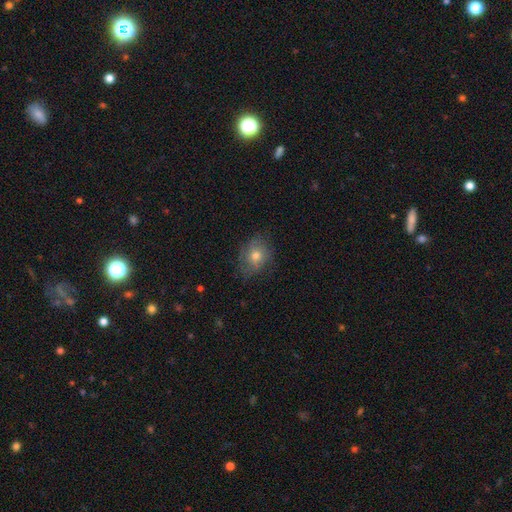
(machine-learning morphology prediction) smooth_or_featured: smooth (p=0.63) [alt: featured or disk p=0.26]
how_rounded: in between (p=0.53) [alt: round p=0.45]
merging: none (p=0.71) [alt: minor disturbance p=0.21]